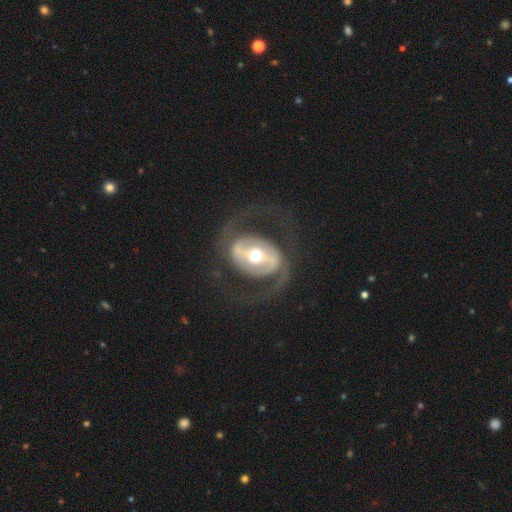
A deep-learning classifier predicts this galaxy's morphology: Smooth or featured: featured or disk — 82% (smooth — 13%)
Edge-on disk: no — 96% (yes — 4%)
Bar: strong — 53% (weak — 26%)
Spiral arms: yes — 75% (no — 25%)
Spiral winding: medium — 47% (loose — 32%)
Spiral arm count: 2 — 87% (can't tell — 5%)
Bulge size: moderate — 71% (large — 18%)
Merging: none — 71% (major disturbance — 17%)